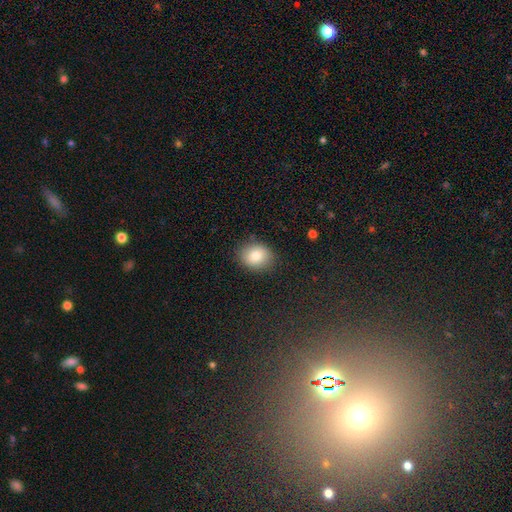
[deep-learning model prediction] Q: Smooth or featured?
A: smooth (82%); runner-up: featured or disk (9%)
Q: How rounded?
A: round (51%); runner-up: in between (49%)
Q: Merging?
A: none (86%); runner-up: minor disturbance (10%)